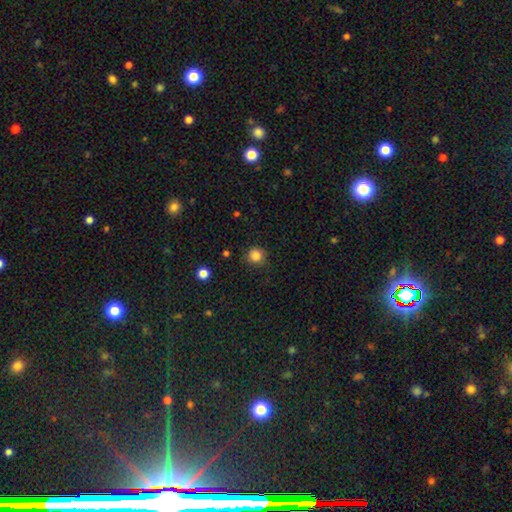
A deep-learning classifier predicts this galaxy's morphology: type=smooth (85%); roundness=round (92%); merging=none (83%).